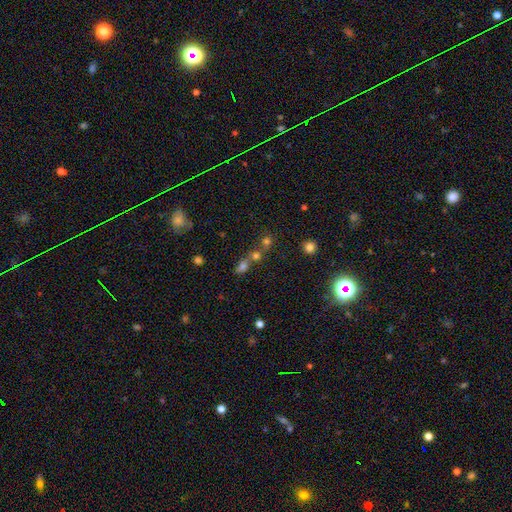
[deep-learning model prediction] The model was most divided on "smooth or featured": star or artifact: 50%, smooth: 37%, featured or disk: 13%.